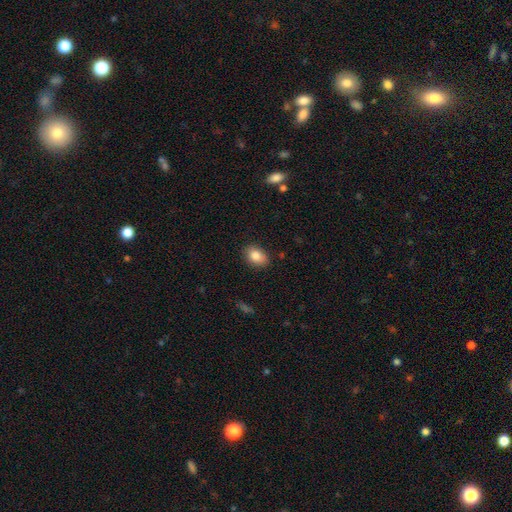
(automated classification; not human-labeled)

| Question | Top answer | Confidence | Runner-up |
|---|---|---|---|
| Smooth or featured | smooth | 85% | star or artifact (8%) |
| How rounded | in between | 78% | round (21%) |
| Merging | none | 86% | minor disturbance (11%) |